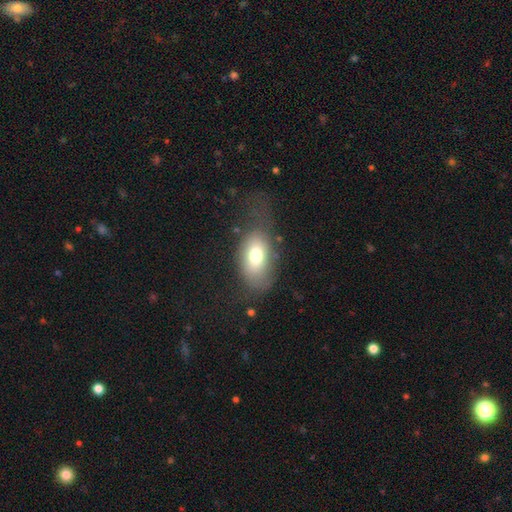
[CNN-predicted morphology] A smooth galaxy with no disk features (72%) that is in between round and cigar-shaped (87%).

Vote fractions:
- Smooth or featured? smooth: 72% / featured or disk: 18% / star or artifact: 10%
- How rounded? in between: 87% / round: 11% / cigar-shaped: 2%
- Merging? none: 52% / major disturbance: 23% / minor disturbance: 23% / merger: 3%